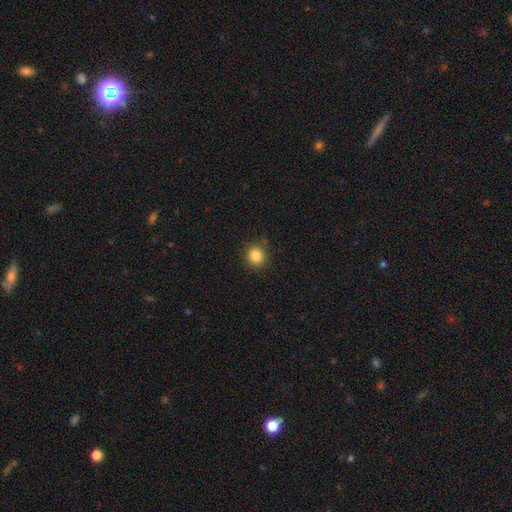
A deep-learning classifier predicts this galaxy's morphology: This appears to be a smooth galaxy with no disk features (85%) that is round (86%). Merging: none (88%).